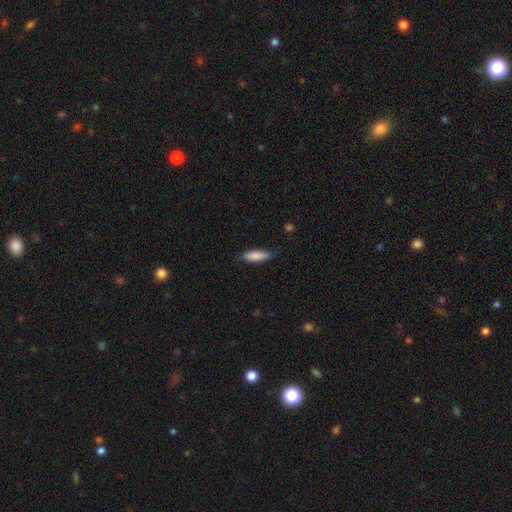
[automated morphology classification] This is clearly a smooth galaxy (86%). How rounded: possibly cigar-shaped (53%). Merging: clearly none (81%).